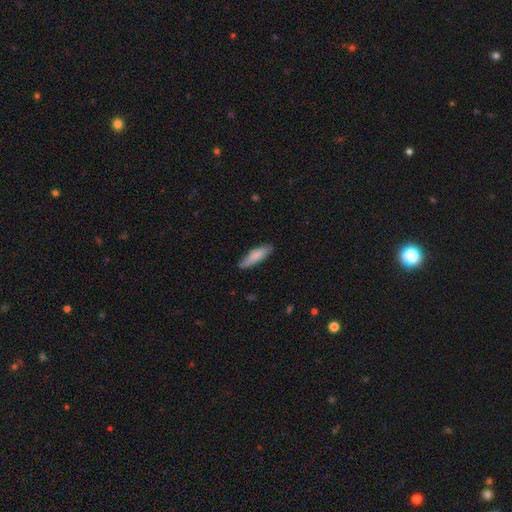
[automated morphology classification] The model was most divided on "how rounded": cigar-shaped: 58%, in between: 40%, round: 1%. More confident: smooth or featured — smooth (79%); merging — none (78%).